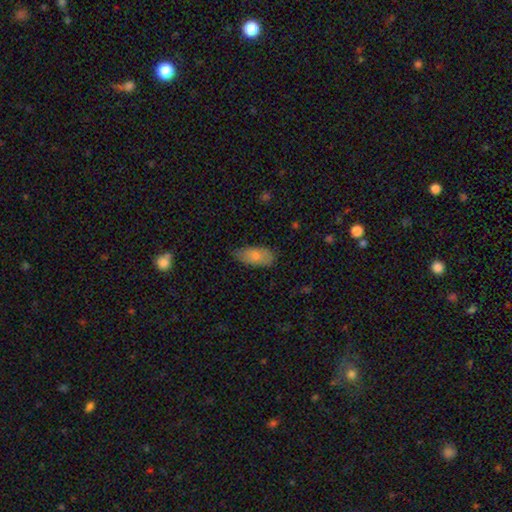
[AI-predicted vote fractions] This is clearly a smooth galaxy (81%). How rounded: clearly in between (91%). Merging: likely none (69%).